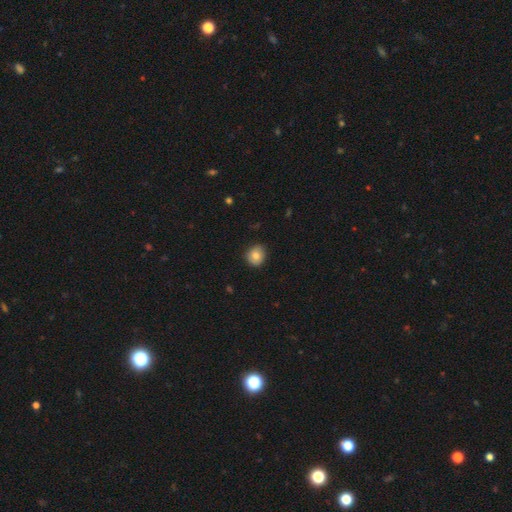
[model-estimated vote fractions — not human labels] The model was most divided on "how rounded": round: 79%, in between: 20%, cigar-shaped: 1%. More confident: merging — none (86%); smooth or featured — smooth (79%).